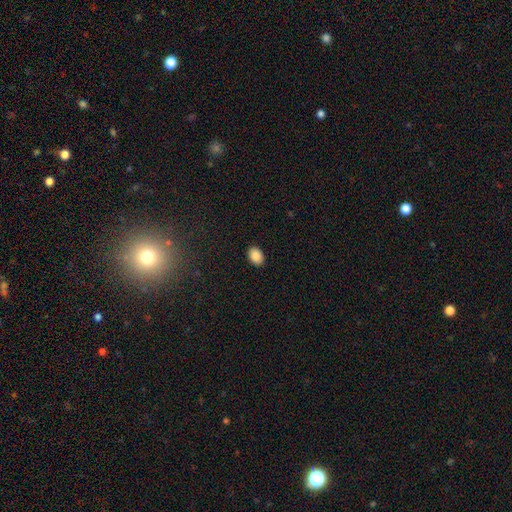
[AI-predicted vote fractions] Smooth or featured? smooth (88%)
How rounded? in between (78%)
Merging? none (90%)